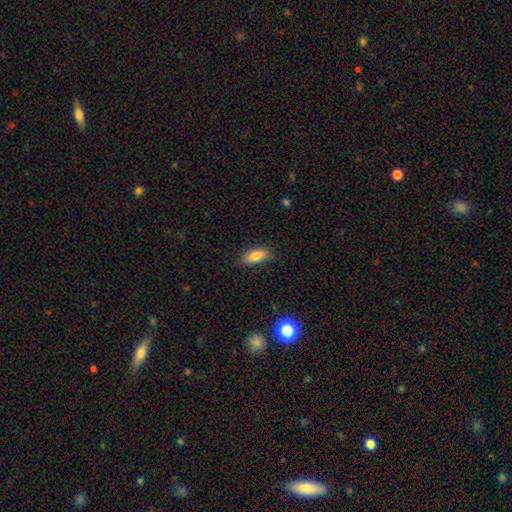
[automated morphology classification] Overall: smooth (81%). How rounded: in between (83%). Merging: none (86%).